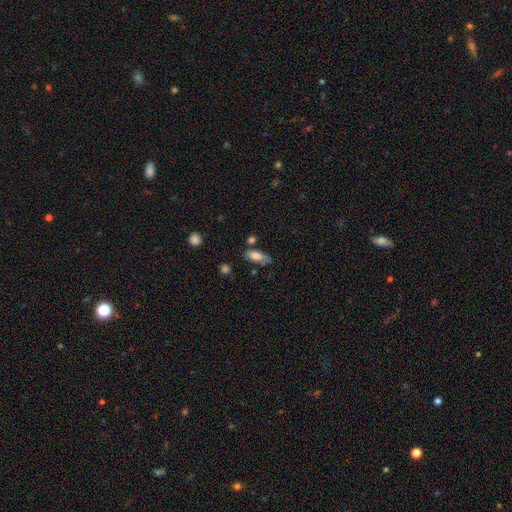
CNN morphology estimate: This appears to be a smooth galaxy with no disk features (79%) that is in between round and cigar-shaped (83%). Merging: none (57%).